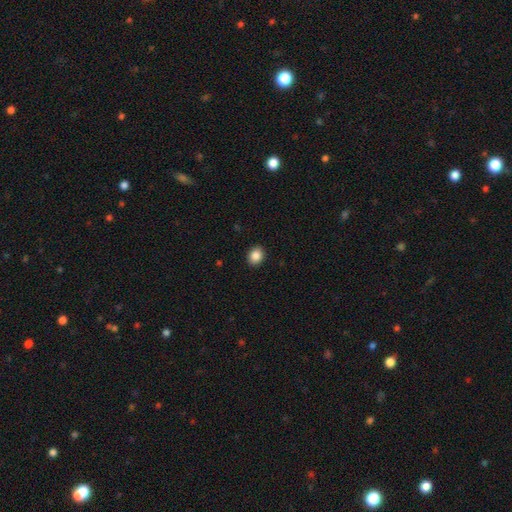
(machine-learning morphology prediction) Smooth or featured?
  - smooth: 87% *
  - star or artifact: 9%
  - featured or disk: 4%
How rounded?
  - round: 56% *
  - in between: 43%
  - cigar-shaped: 1%
Merging?
  - none: 92% *
  - minor disturbance: 6%
  - major disturbance: 2%
  - merger: 1%